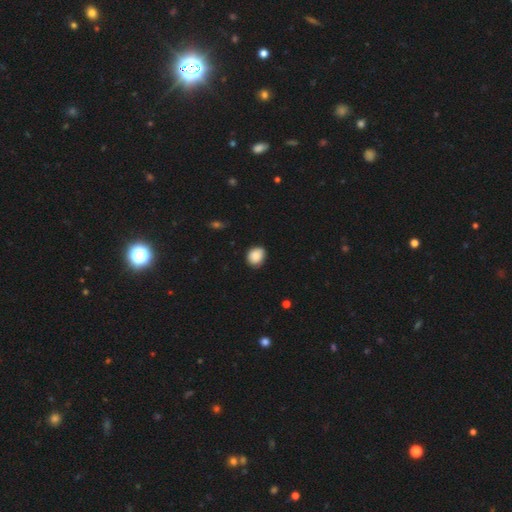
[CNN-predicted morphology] This is clearly a smooth galaxy (88%). How rounded: possibly round (55%). Merging: likely none (77%).